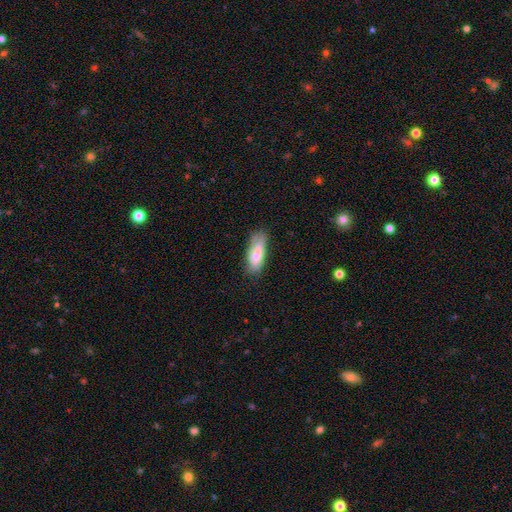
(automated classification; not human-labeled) smooth 71%, featured or disk 22%, star or artifact 7%. Down the decision tree: how rounded — in between (71%); merging — none (60%).